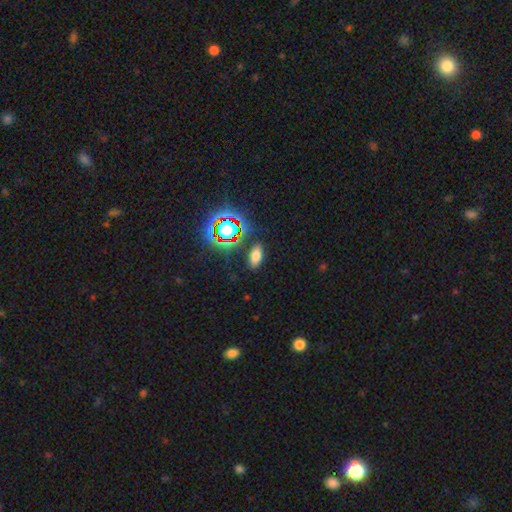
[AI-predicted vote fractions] Morphology: type=smooth (67%); roundness=in between (85%); merging=none (86%).